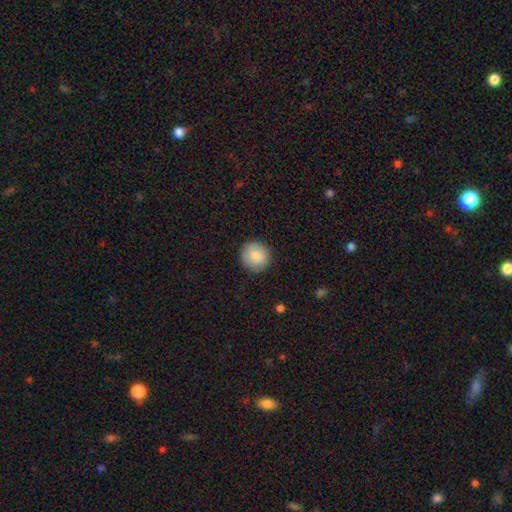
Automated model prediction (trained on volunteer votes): This appears to be a smooth galaxy with no disk features (86%) that is round (95%). Merging: none (90%).